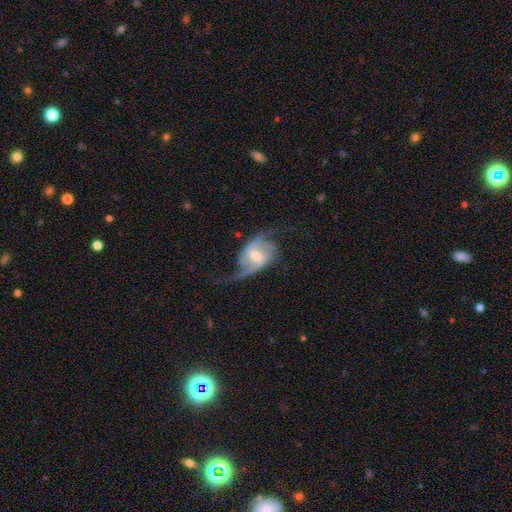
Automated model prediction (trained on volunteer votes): Overall: featured or disk (86%). Edge-on disk: no (96%). Bar: weak (49%; strong 27%). Spiral arms: yes (95%). Spiral arm count: 2 (89%). Spiral winding: loose (70%). Bulge size: moderate (54%; small 39%). Merging: none (64%).